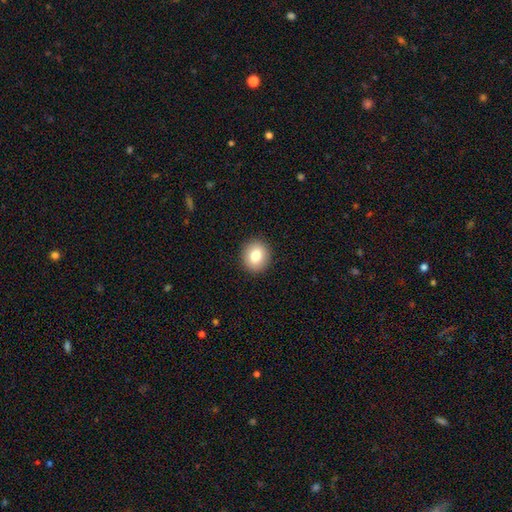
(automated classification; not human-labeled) smooth-or-featured: smooth: 81% | featured or disk: 11% | star or artifact: 9%
  how-rounded: round: 77% | in between: 22% | cigar-shaped: 1%
  merging: none: 91% | minor disturbance: 6% | major disturbance: 2% | merger: 1%